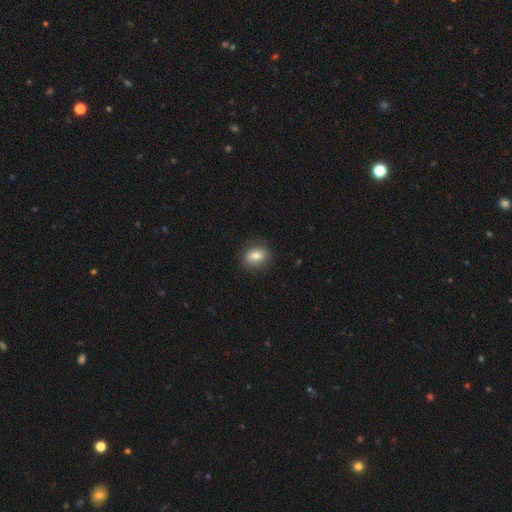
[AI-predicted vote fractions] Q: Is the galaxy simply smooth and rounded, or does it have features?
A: smooth — 80%.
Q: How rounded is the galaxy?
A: in between — 59%.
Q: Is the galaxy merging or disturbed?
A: none — 85%.